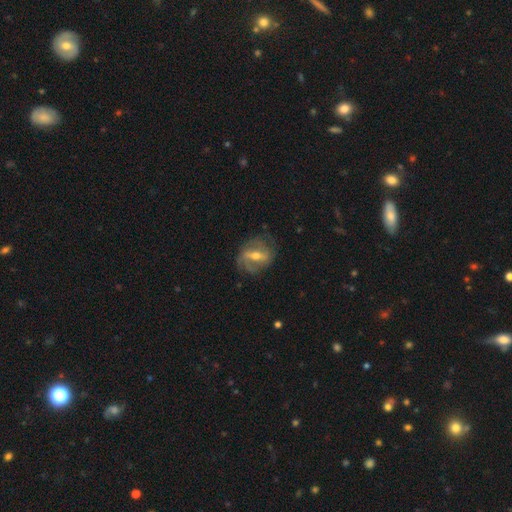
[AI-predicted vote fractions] Overall: featured or disk (76%). Edge-on disk: no (92%). Bar: strong (47%; weak 39%). Spiral arms: yes (80%). Spiral arm count: 2 (53%; can't tell 24%). Spiral winding: medium (41%; tight 30%). Bulge size: moderate (63%; small 31%). Merging: none (66%).